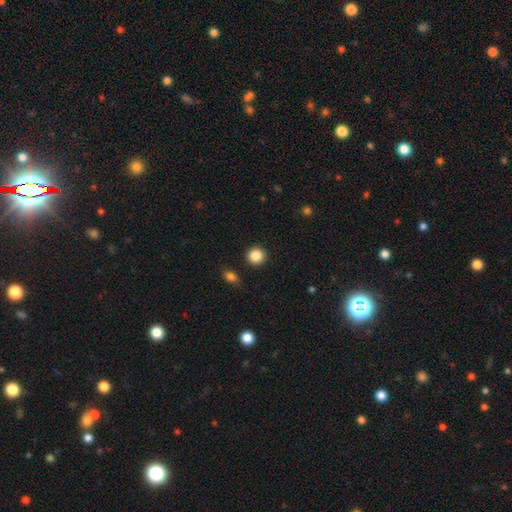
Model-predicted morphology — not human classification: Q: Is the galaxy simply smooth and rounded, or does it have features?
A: smooth — 87%.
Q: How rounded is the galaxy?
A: round — 94%.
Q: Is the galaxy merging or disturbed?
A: none — 91%.